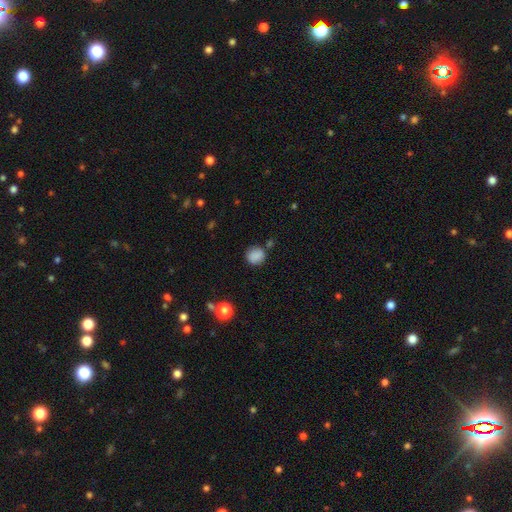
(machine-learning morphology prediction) Smooth or featured?
  - smooth: 85% *
  - star or artifact: 10%
  - featured or disk: 5%
How rounded?
  - round: 79% *
  - in between: 20%
  - cigar-shaped: 1%
Merging?
  - none: 74% *
  - minor disturbance: 15%
  - merger: 7%
  - major disturbance: 4%